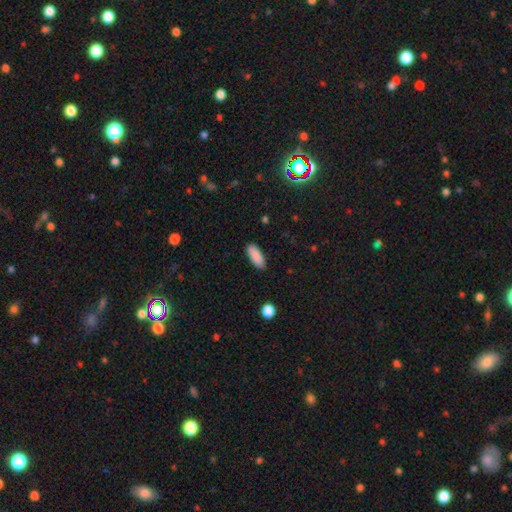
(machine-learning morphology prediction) The model was most divided on "how rounded": in between: 77%, cigar-shaped: 22%, round: 2%. More confident: smooth or featured — smooth (89%); merging — none (88%).